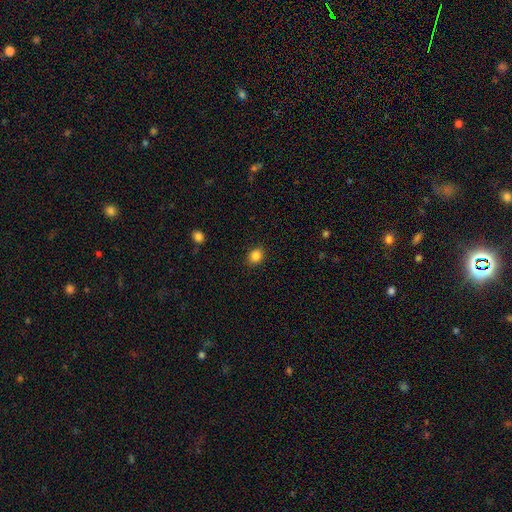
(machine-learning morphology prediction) This appears to be a smooth galaxy with no disk features (85%) that is round (68%). Merging: none (89%).